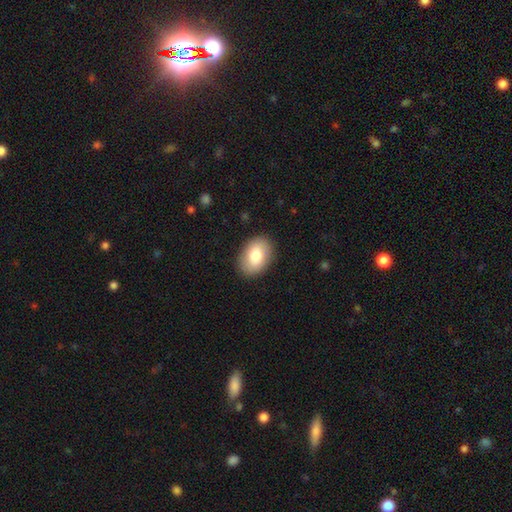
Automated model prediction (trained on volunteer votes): A smooth galaxy with no disk features (80%) that is in between round and cigar-shaped (83%).

Vote fractions:
- Smooth or featured? smooth: 80% / featured or disk: 14% / star or artifact: 7%
- How rounded? in between: 83% / round: 15% / cigar-shaped: 1%
- Merging? none: 88% / minor disturbance: 9% / major disturbance: 2% / merger: 1%